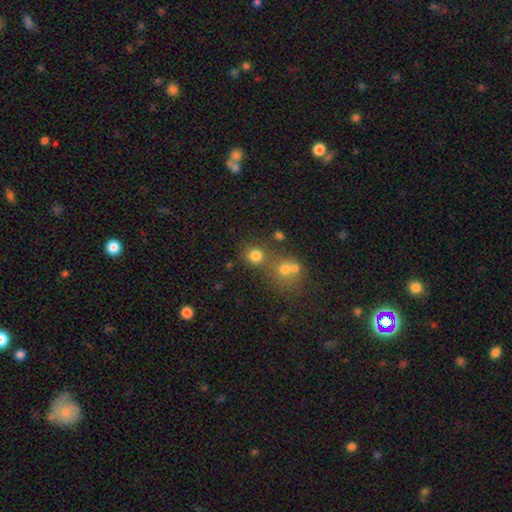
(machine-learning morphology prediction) smooth_or_featured: smooth (p=0.76) [alt: star or artifact p=0.15]
how_rounded: round (p=0.86) [alt: in between p=0.13]
merging: none (p=0.62) [alt: merger p=0.26]